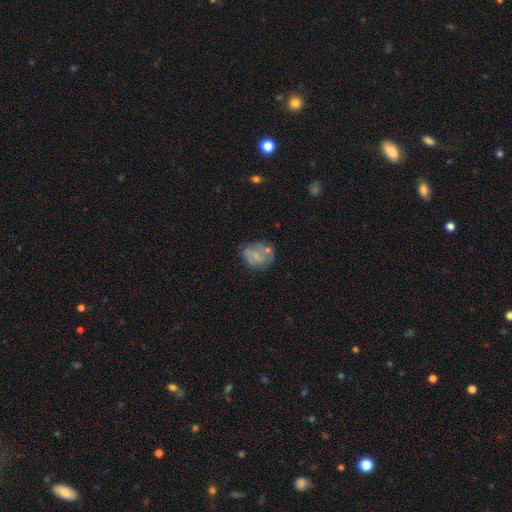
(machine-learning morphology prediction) Smooth or featured? Predicted: smooth (p=0.52). How rounded? Predicted: round (p=0.66). Merging? Predicted: none (p=0.52).